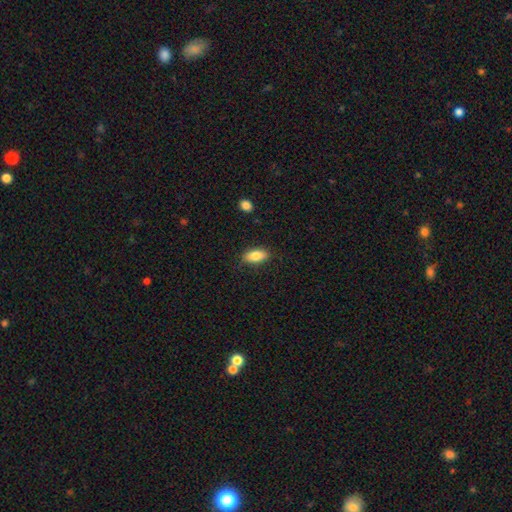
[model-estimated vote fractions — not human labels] Overall: smooth (83%). How rounded: in between (88%). Merging: none (84%).